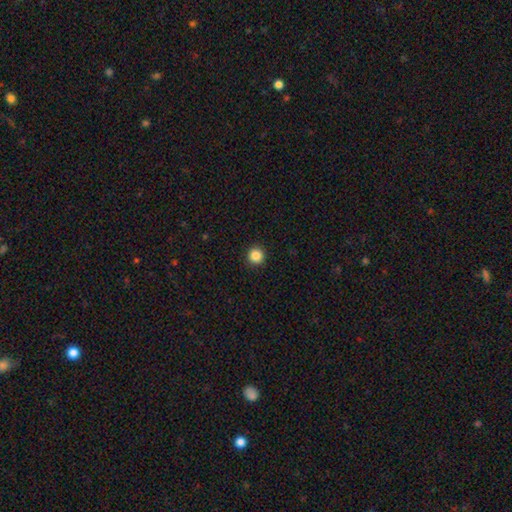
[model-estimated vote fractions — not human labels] Smooth or featured: smooth — 85% (star or artifact — 11%)
How rounded: round — 95% (in between — 4%)
Merging: none — 93% (minor disturbance — 4%)